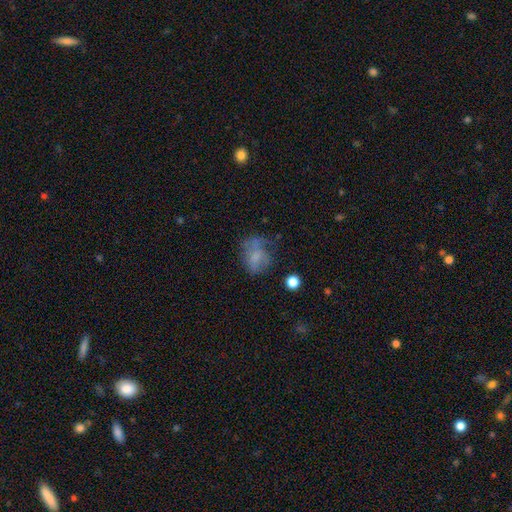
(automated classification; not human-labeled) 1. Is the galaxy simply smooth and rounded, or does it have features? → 56% smooth, 30% featured or disk, 13% star or artifact.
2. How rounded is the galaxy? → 57% in between, 41% round, 2% cigar-shaped.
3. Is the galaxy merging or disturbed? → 40% none, 28% major disturbance, 27% minor disturbance, 5% merger.